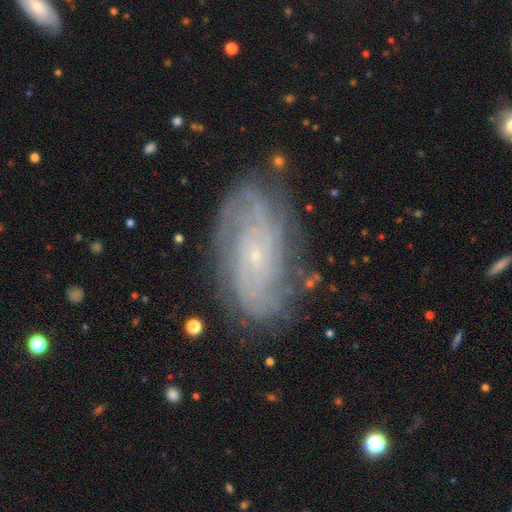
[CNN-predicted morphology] A featured or disk galaxy (81%) with no bar (78%), tight (66%) spiral arms (94%) and a small central bulge (88%). Merging: none (77%).